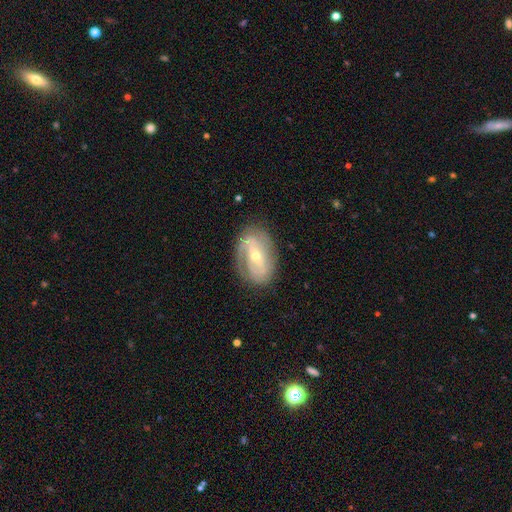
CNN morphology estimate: A featured or disk galaxy (81%) with a strong bar (43%), 2 (58%) tight (48%) spiral arms (86%) and a small central bulge (53%). Merging: none (74%).